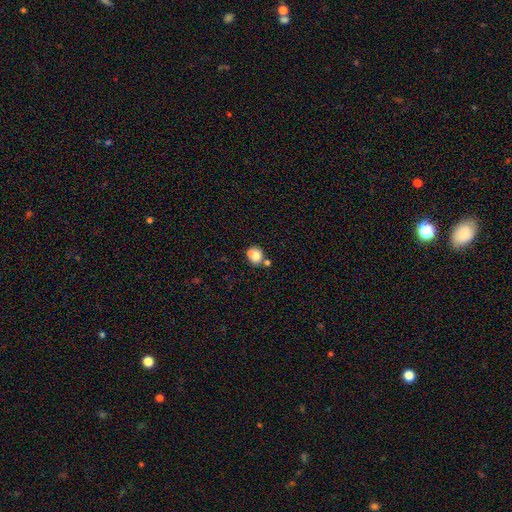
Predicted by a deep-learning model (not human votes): A smooth galaxy with no disk features (74%) that is round (70%).

Vote fractions:
- Smooth or featured? smooth: 74% / featured or disk: 16% / star or artifact: 10%
- How rounded? round: 70% / in between: 29% / cigar-shaped: 1%
- Merging? none: 44% / merger: 39% / minor disturbance: 13% / major disturbance: 5%